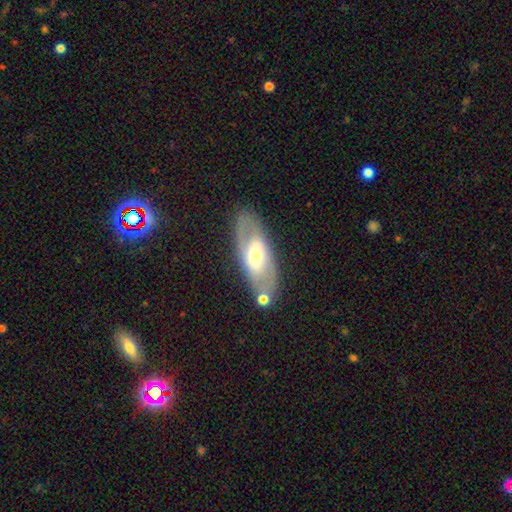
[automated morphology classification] smooth-or-featured: featured or disk: 58% | smooth: 35% | star or artifact: 7%
  disk-edge-on: no: 82% | yes: 18%
  merging: none: 77% | minor disturbance: 13% | merger: 6% | major disturbance: 5%